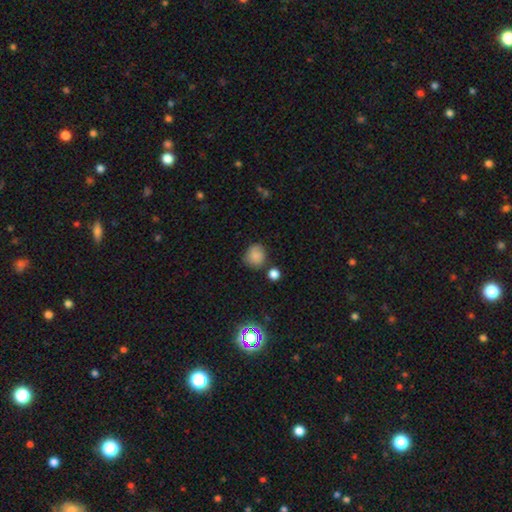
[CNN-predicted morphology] Q: Smooth or featured?
A: smooth (83%); runner-up: star or artifact (11%)
Q: How rounded?
A: round (78%); runner-up: in between (21%)
Q: Merging?
A: none (70%); runner-up: minor disturbance (16%)